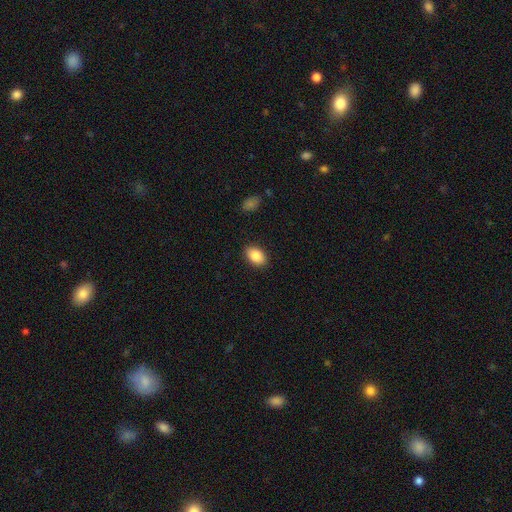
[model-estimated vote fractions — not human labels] This appears to be a smooth galaxy with no disk features (87%) that is in between round and cigar-shaped (88%). Merging: none (88%).